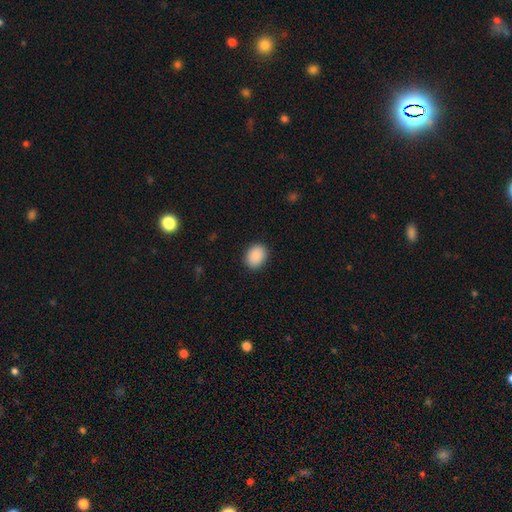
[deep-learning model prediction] Smooth or featured? smooth (90%)
How rounded? in between (60%)
Merging? none (89%)